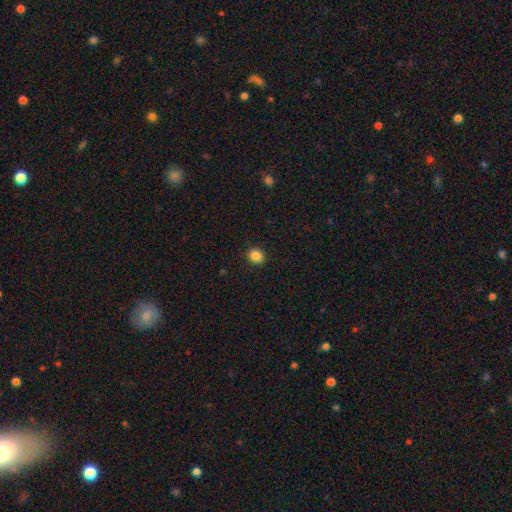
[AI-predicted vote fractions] Smooth or featured? smooth (86%)
How rounded? round (83%)
Merging? none (92%)